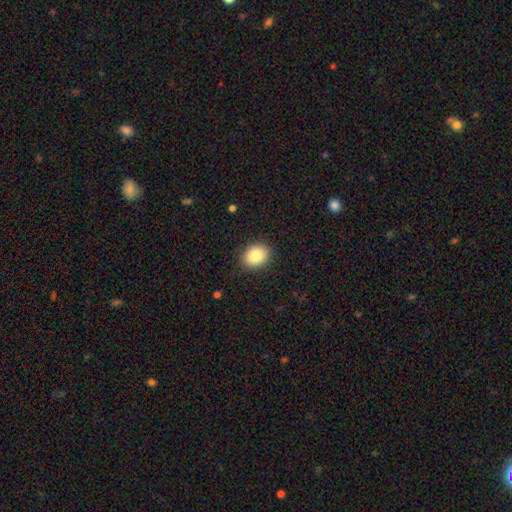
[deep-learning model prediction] Q: Smooth or featured?
A: smooth (85%); runner-up: star or artifact (8%)
Q: How rounded?
A: in between (53%); runner-up: round (46%)
Q: Merging?
A: none (88%); runner-up: minor disturbance (8%)